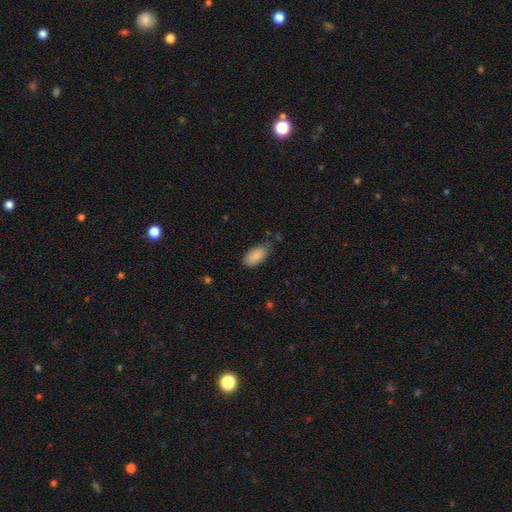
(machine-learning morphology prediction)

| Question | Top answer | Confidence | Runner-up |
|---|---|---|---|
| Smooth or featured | smooth | 88% | star or artifact (7%) |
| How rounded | in between | 94% | cigar-shaped (4%) |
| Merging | none | 68% | minor disturbance (25%) |